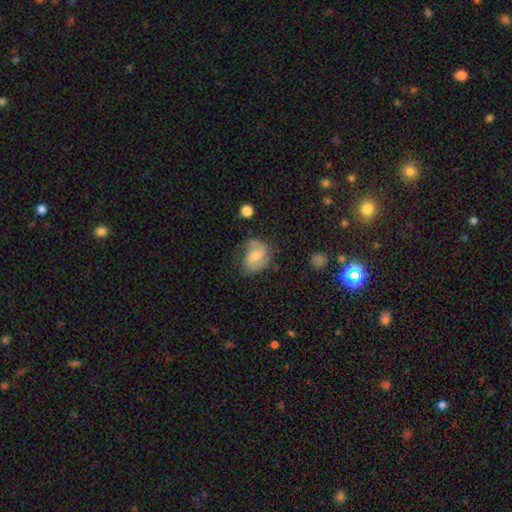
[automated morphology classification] Overall: featured or disk (66%; smooth 26%). Edge-on disk: no (97%). Bar: weak (49%; no 33%). Spiral arms: yes (89%). Spiral arm count: 2 (75%). Spiral winding: medium (45%; loose 34%). Bulge size: moderate (52%; small 37%). Merging: none (58%; minor disturbance 25%).